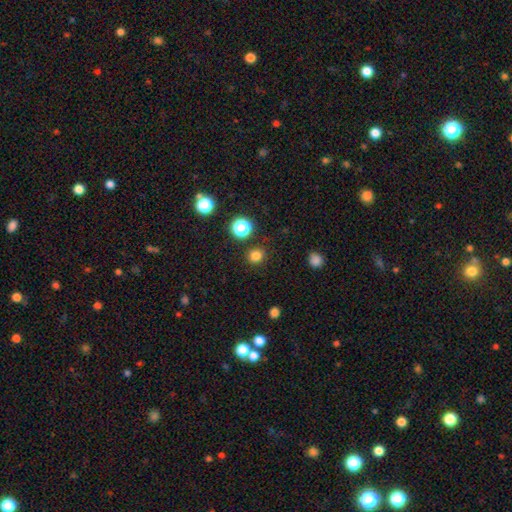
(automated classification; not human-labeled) Smooth or featured: smooth — 80% (star or artifact — 16%)
How rounded: round — 85% (in between — 14%)
Merging: none — 87% (minor disturbance — 7%)